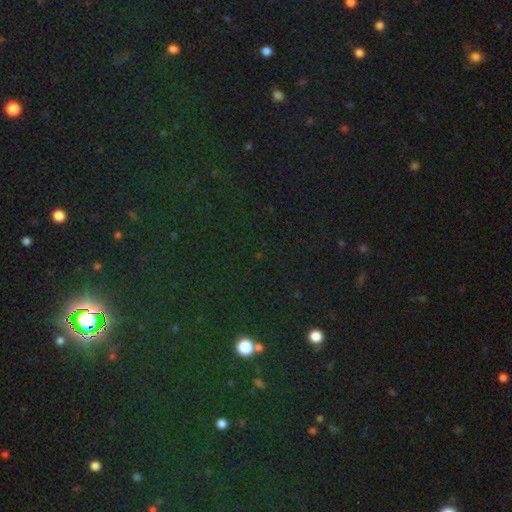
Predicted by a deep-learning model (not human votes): star or artifact 76%, smooth 15%, featured or disk 8%.